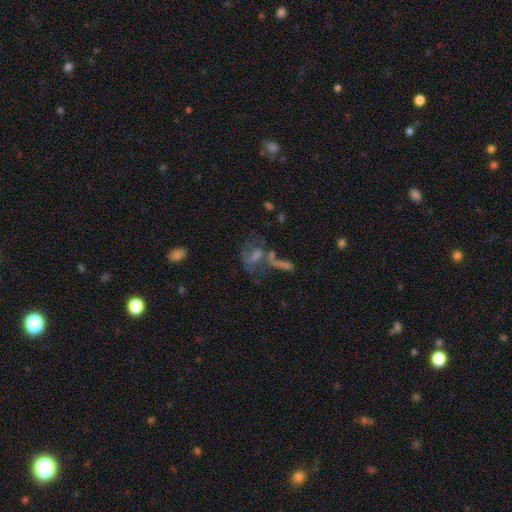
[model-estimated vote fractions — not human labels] Smooth or featured?
  - featured or disk: 45% *
  - smooth: 28%
  - star or artifact: 26%
Merging?
  - none: 33% *
  - merger: 29%
  - major disturbance: 24%
  - minor disturbance: 14%